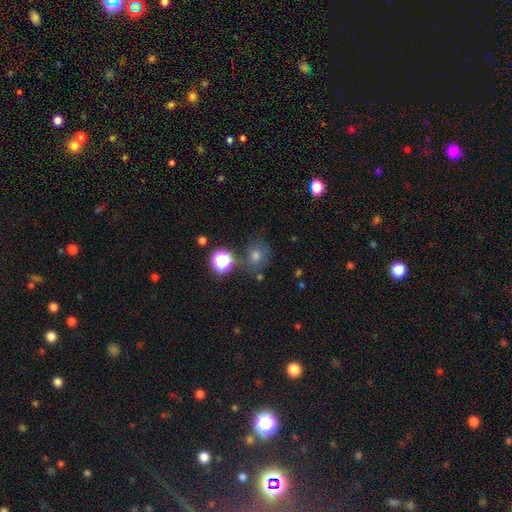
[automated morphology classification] Smooth or featured? smooth (61%)
How rounded? round (74%)
Merging? none (74%)